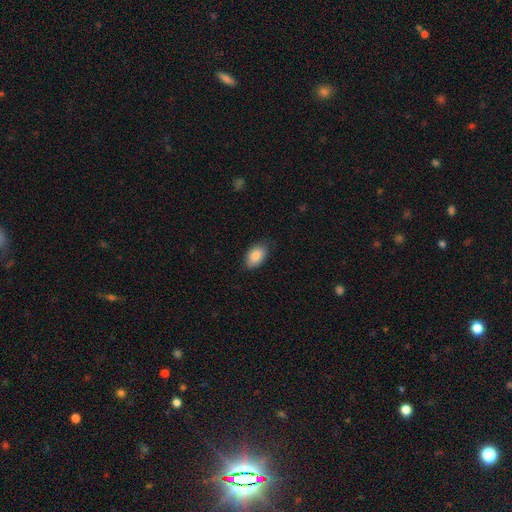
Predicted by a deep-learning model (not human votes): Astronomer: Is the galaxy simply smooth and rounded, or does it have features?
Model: smooth — 87%.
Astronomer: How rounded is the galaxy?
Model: in between — 91%.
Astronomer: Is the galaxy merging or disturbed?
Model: none — 78%.